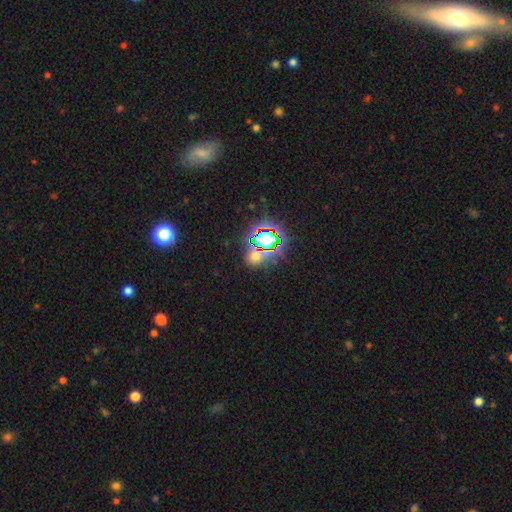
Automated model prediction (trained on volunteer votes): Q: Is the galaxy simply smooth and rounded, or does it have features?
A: star or artifact — 52%.